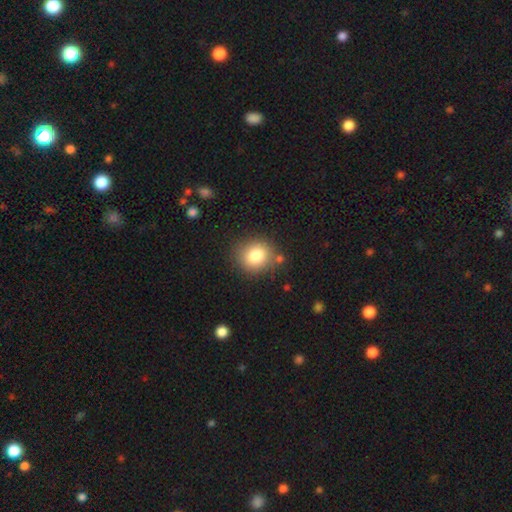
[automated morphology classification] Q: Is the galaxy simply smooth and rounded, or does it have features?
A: smooth — 81%.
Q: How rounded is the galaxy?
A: round — 78%.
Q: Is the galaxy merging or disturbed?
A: none — 81%.